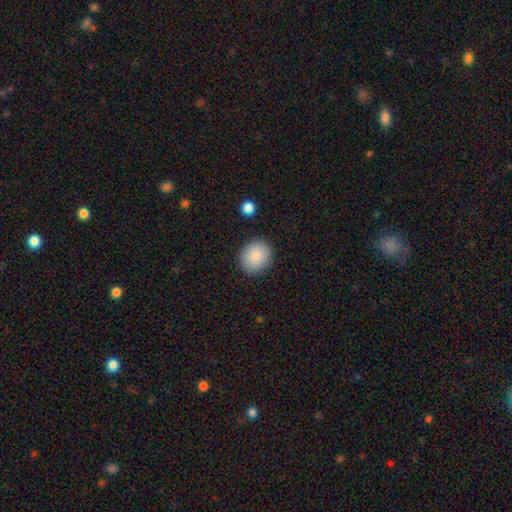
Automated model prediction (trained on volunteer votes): Smooth or featured: smooth — 85% (star or artifact — 8%)
How rounded: round — 77% (in between — 22%)
Merging: none — 88% (minor disturbance — 8%)